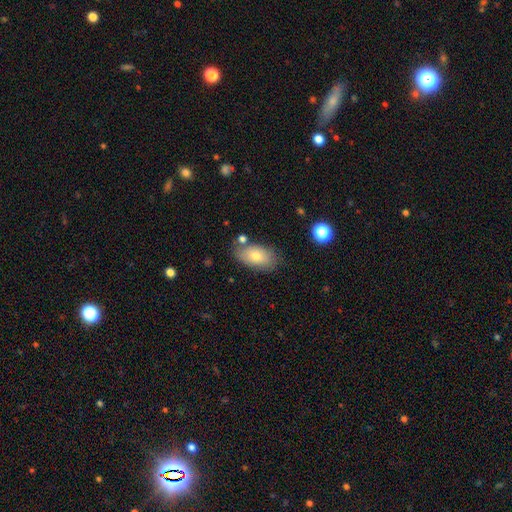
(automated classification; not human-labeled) Morphology: type=smooth (73%); roundness=in between (92%); merging=none (72%).